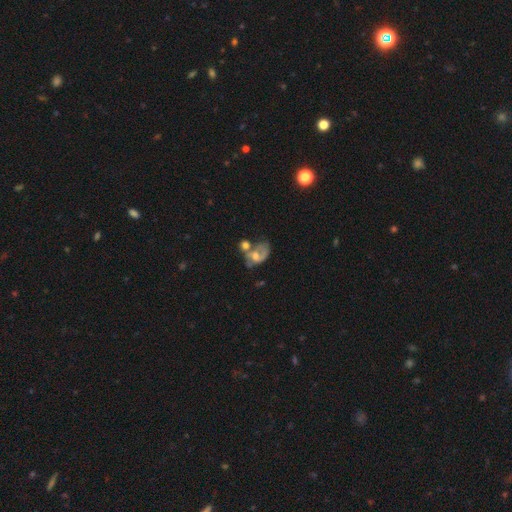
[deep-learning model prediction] This appears to be a featured or disk galaxy (51%). Merging: merger (39%).